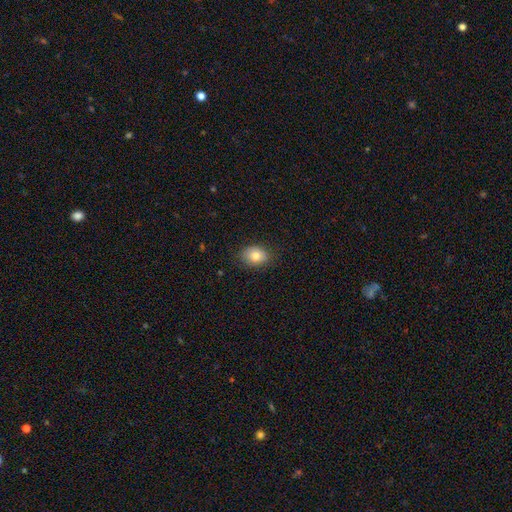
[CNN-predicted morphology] Smooth or featured: smooth — 81% (featured or disk — 10%)
How rounded: in between — 69% (round — 30%)
Merging: none — 84% (minor disturbance — 13%)